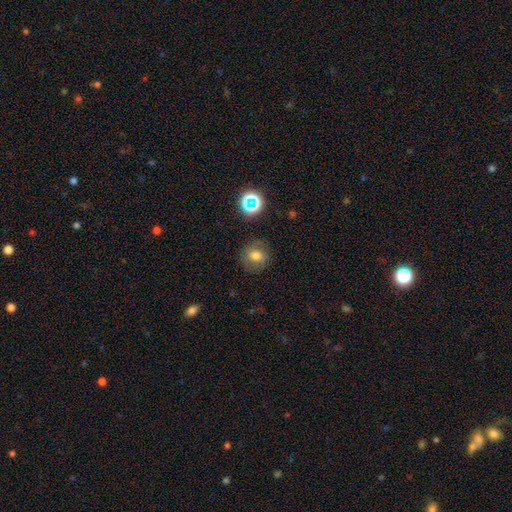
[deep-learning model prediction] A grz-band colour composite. It shows a smooth galaxy with no disk features (65%) that is round (81%). Merging: none (81%).